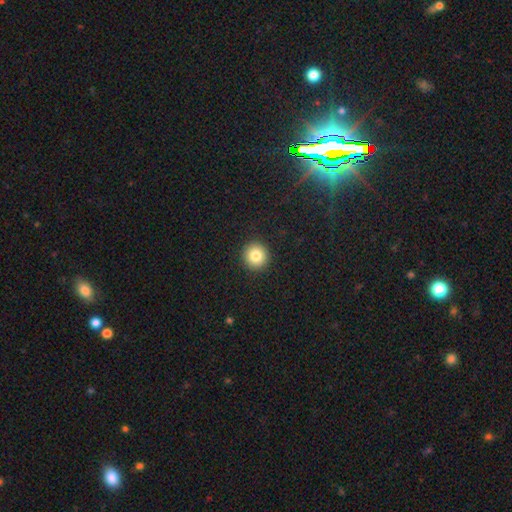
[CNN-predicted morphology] A smooth galaxy with no disk features (82%) that is round (95%). Merging: none (93%).